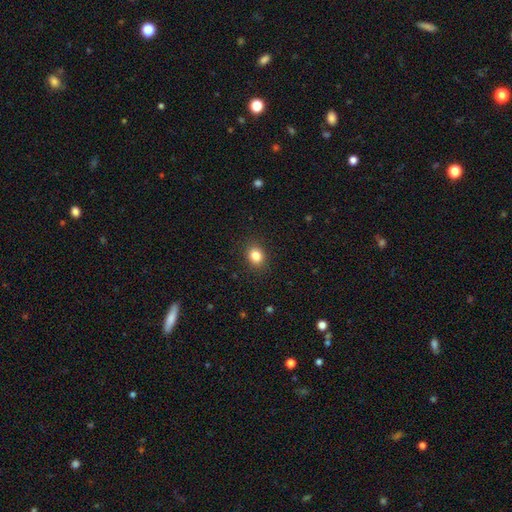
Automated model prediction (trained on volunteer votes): Q: Smooth or featured?
A: smooth (84%); runner-up: star or artifact (11%)
Q: How rounded?
A: round (54%); runner-up: in between (45%)
Q: Merging?
A: none (89%); runner-up: minor disturbance (8%)